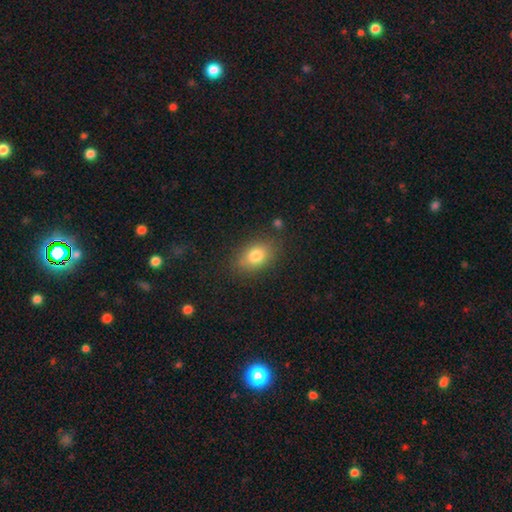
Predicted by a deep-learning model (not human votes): Smooth or featured? smooth (79%)
How rounded? in between (77%)
Merging? none (81%)